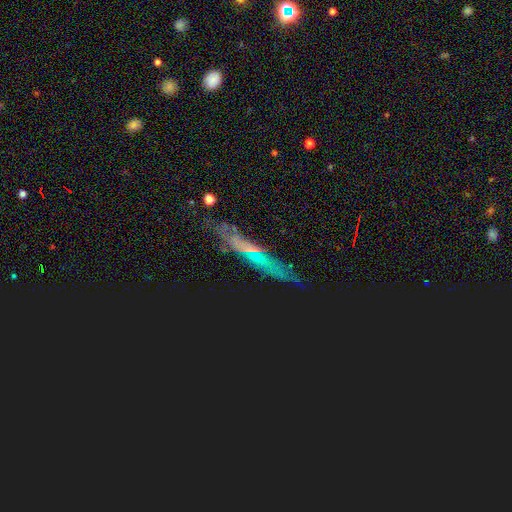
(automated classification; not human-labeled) smooth_or_featured: featured or disk (p=0.42) [alt: star or artifact p=0.29]
merging: none (p=0.73) [alt: minor disturbance p=0.17]